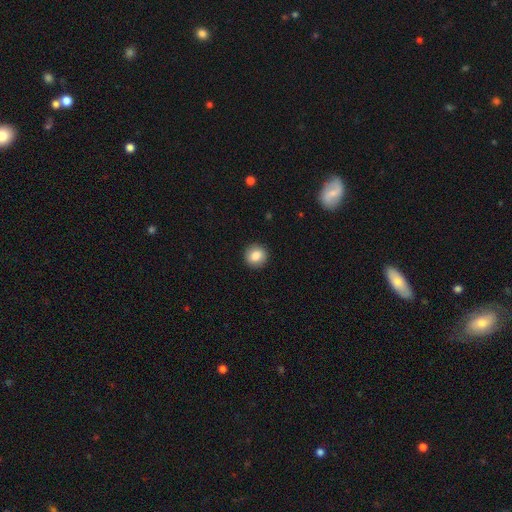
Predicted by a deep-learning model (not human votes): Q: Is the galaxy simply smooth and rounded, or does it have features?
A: smooth — 85%.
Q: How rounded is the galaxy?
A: round — 92%.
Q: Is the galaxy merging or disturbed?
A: none — 92%.